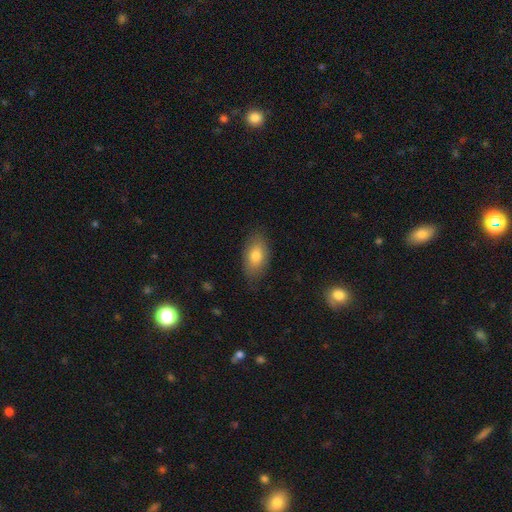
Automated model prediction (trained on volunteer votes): This is likely a smooth galaxy (77%). How rounded: clearly in between (91%). Merging: likely none (79%).